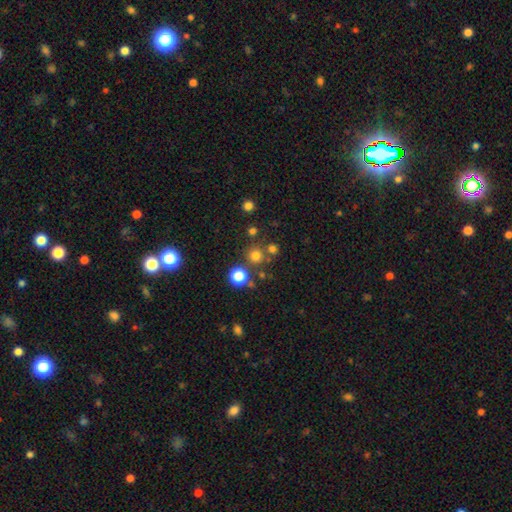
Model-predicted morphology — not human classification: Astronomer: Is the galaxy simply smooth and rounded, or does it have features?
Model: smooth — 72%.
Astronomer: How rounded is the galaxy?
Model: round — 94%.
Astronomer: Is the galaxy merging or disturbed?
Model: none — 74%.